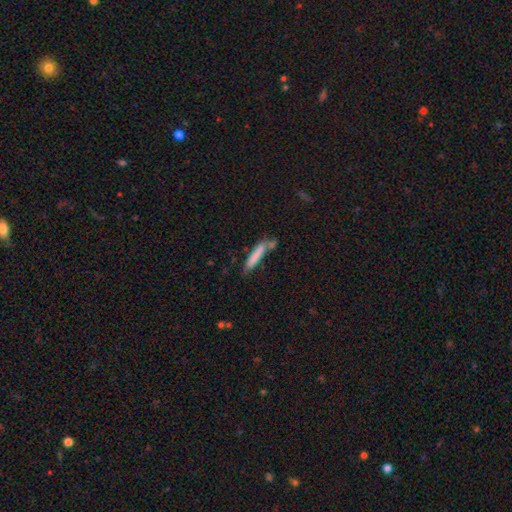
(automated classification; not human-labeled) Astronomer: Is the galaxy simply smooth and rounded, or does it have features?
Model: smooth — 78%.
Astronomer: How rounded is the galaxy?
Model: cigar-shaped — 90%.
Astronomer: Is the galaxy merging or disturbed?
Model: none — 63%.